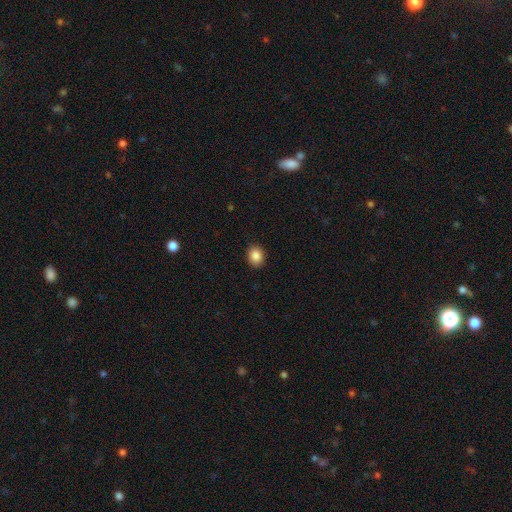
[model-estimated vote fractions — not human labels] smooth_or_featured: smooth (p=0.87) [alt: star or artifact p=0.09]
how_rounded: round (p=0.55) [alt: in between p=0.44]
merging: none (p=0.90) [alt: minor disturbance p=0.07]